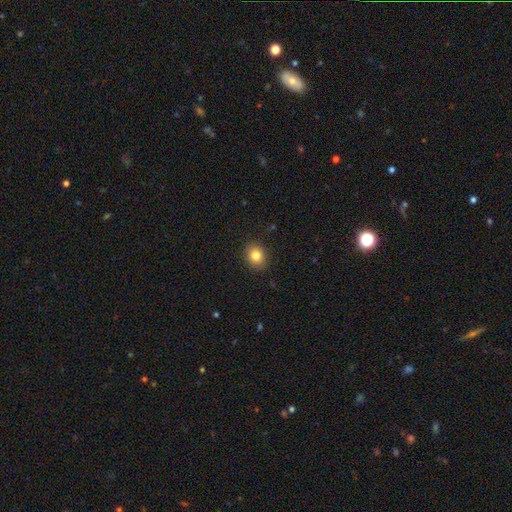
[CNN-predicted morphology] smooth 82%, star or artifact 10%, featured or disk 7%. Down the decision tree: how rounded — round (59%); merging — none (89%).